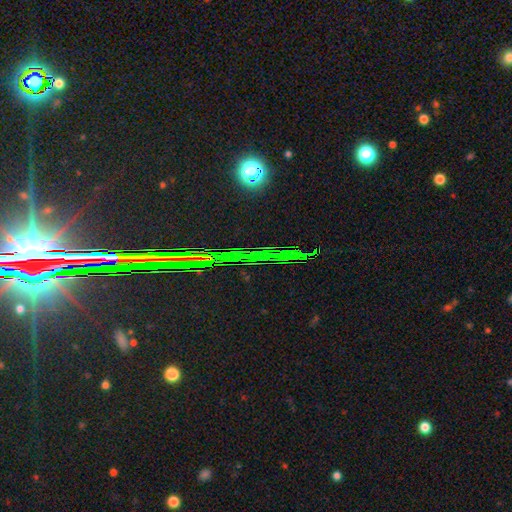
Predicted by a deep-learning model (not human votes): Smooth or featured: star or artifact — 81% (featured or disk — 11%)